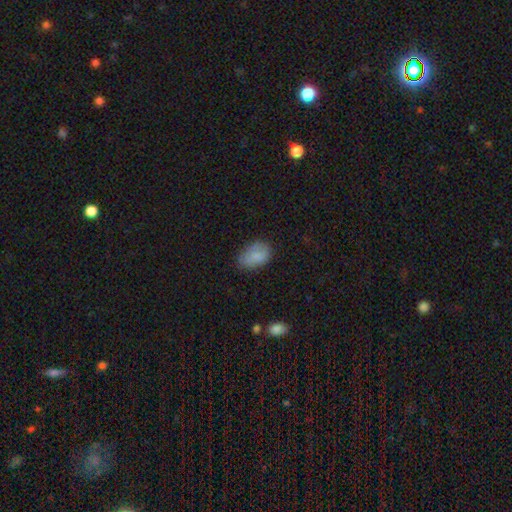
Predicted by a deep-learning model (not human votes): smooth_or_featured: smooth (p=0.82) [alt: featured or disk p=0.10]
how_rounded: in between (p=0.88) [alt: round p=0.11]
merging: none (p=0.67) [alt: minor disturbance p=0.25]